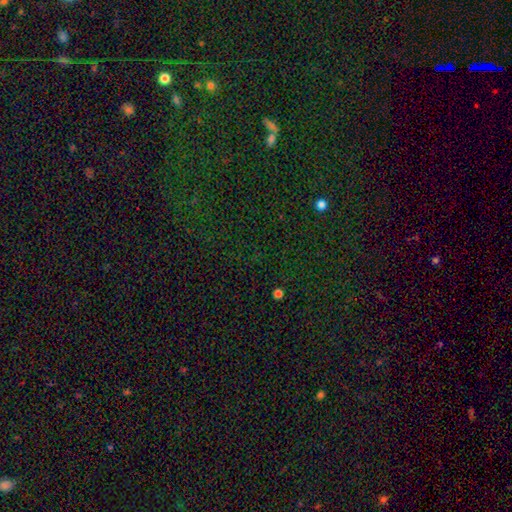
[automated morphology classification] smooth-or-featured: star or artifact: 74% | smooth: 16% | featured or disk: 10%